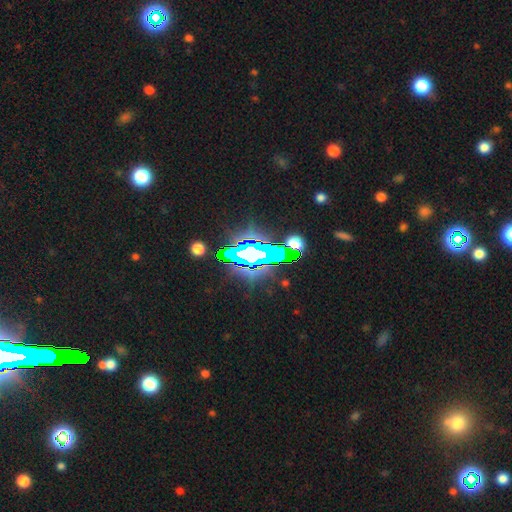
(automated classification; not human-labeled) Smooth or featured?
  - star or artifact: 78% *
  - smooth: 12%
  - featured or disk: 10%